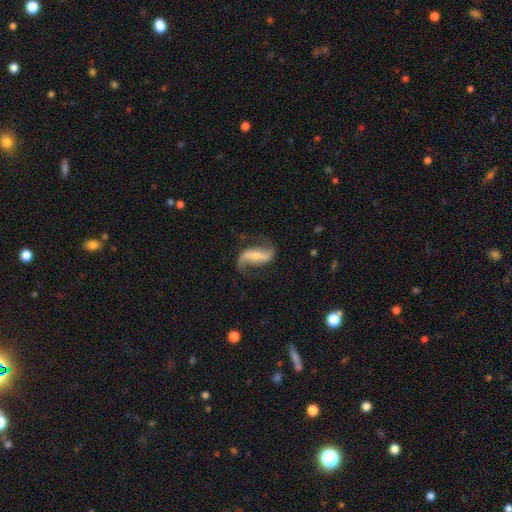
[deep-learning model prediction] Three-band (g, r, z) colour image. It shows a featured or disk galaxy (81%) with a strong bar (54%), 2 (89%) loose (76%) spiral arms (93%) and a small central bulge (45%). Merging: none (68%).